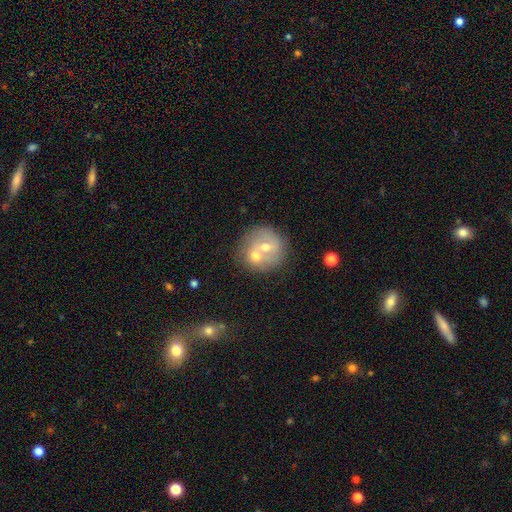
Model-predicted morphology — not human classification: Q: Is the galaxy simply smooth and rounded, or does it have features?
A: smooth — 51%.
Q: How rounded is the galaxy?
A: round — 87%.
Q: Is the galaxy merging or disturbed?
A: merger — 51%.